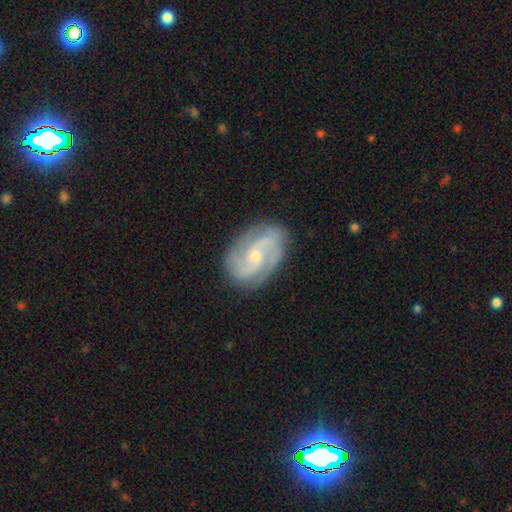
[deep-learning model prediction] Q: Smooth or featured?
A: featured or disk (86%); runner-up: smooth (8%)
Q: Edge-on disk?
A: no (97%); runner-up: yes (3%)
Q: Bar?
A: no (52%); runner-up: weak (37%)
Q: Spiral arms?
A: yes (97%); runner-up: no (3%)
Q: Spiral winding?
A: medium (52%); runner-up: tight (29%)
Q: Spiral arm count?
A: 2 (74%); runner-up: 3 (13%)
Q: Bulge size?
A: small (63%); runner-up: moderate (34%)
Q: Merging?
A: none (81%); runner-up: minor disturbance (14%)